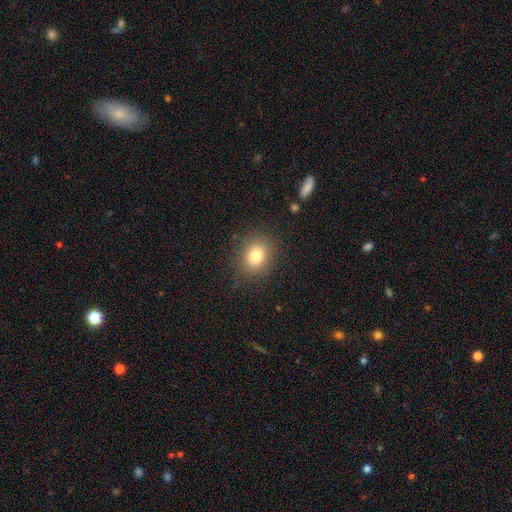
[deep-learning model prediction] Smooth or featured?
  - smooth: 80% *
  - star or artifact: 11%
  - featured or disk: 9%
How rounded?
  - round: 60% *
  - in between: 39%
  - cigar-shaped: 1%
Merging?
  - none: 85% *
  - minor disturbance: 10%
  - major disturbance: 4%
  - merger: 1%